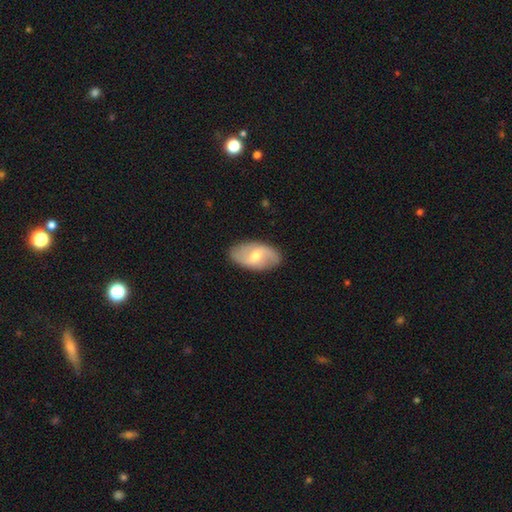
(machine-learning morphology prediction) Smooth or featured? Predicted: featured or disk (p=0.63). Edge-on disk? Predicted: no (p=0.94). Bar? Predicted: weak (p=0.54). Spiral arms? Predicted: yes (p=0.82). Bulge size? Predicted: moderate (p=0.57). Merging? Predicted: none (p=0.85).